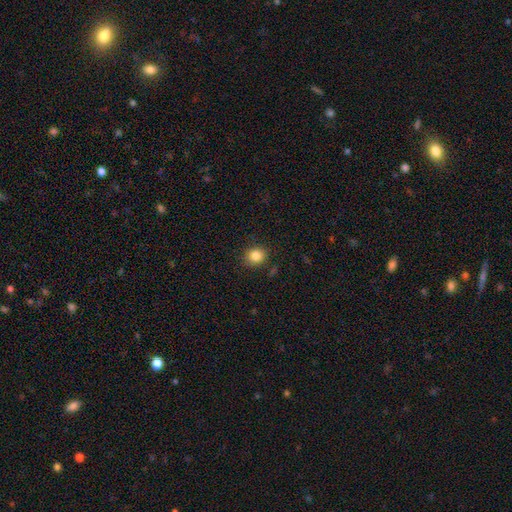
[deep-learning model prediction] Overall: smooth (84%). How rounded: round (74%). Merging: none (86%).